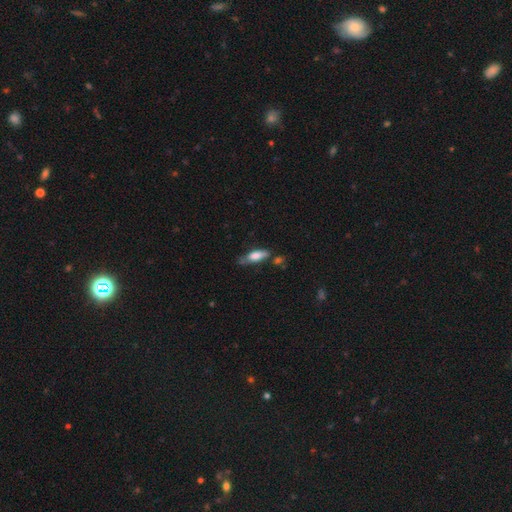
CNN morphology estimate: This appears to be a smooth galaxy with no disk features (68%) that is in between round and cigar-shaped (60%). Merging: none (54%).